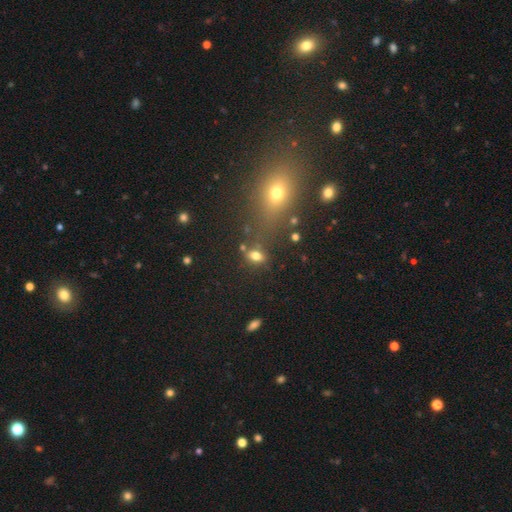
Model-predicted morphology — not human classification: This appears to be a smooth galaxy with no disk features (73%) that is in between round and cigar-shaped (74%). Merging: none (65%).